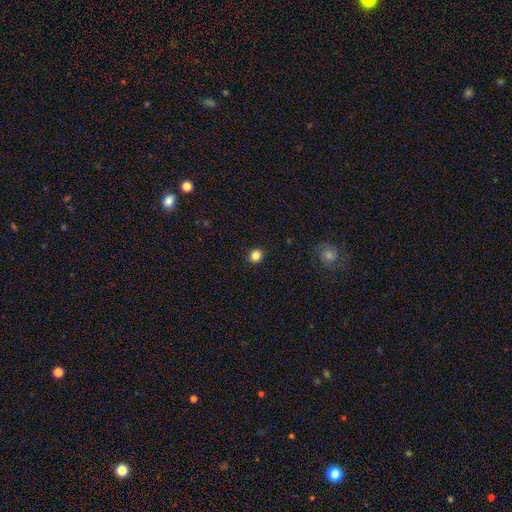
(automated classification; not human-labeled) Smooth or featured? Predicted: smooth (p=0.84). How rounded? Predicted: round (p=0.87). Merging? Predicted: none (p=0.91).